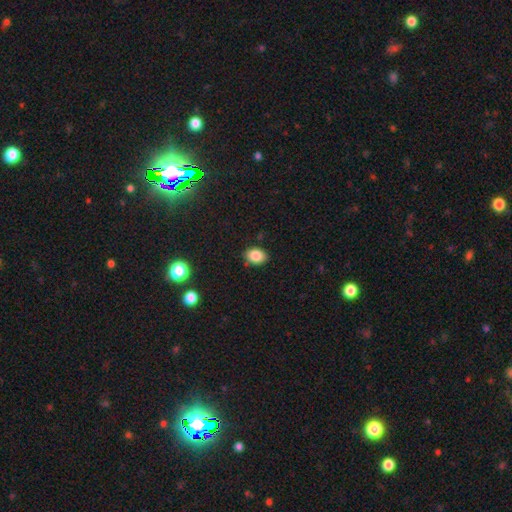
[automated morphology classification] smooth 85%, star or artifact 10%, featured or disk 6%. Down the decision tree: how rounded — in between (75%); merging — none (84%).